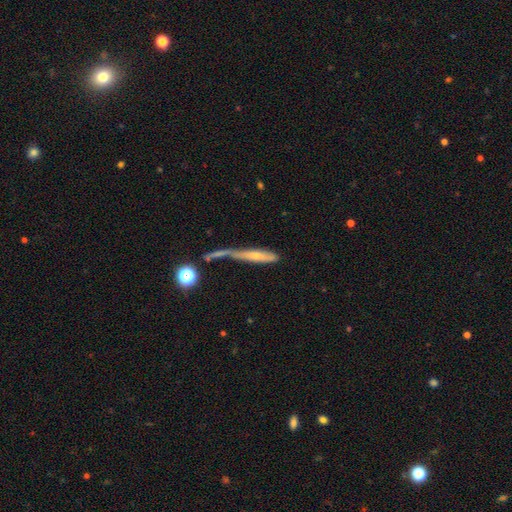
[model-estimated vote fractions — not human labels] Smooth or featured?
  - smooth: 53% *
  - featured or disk: 36%
  - star or artifact: 11%
How rounded?
  - cigar-shaped: 85% *
  - in between: 12%
  - round: 3%
Merging?
  - none: 32% *
  - merger: 30%
  - major disturbance: 22%
  - minor disturbance: 17%